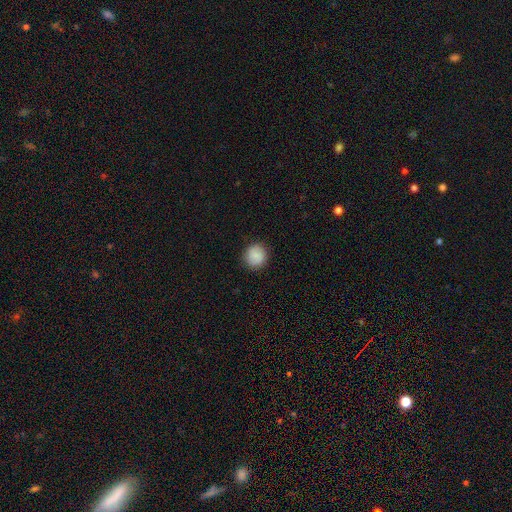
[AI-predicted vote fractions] Morphology: type=smooth (86%); roundness=round (89%); merging=none (89%).